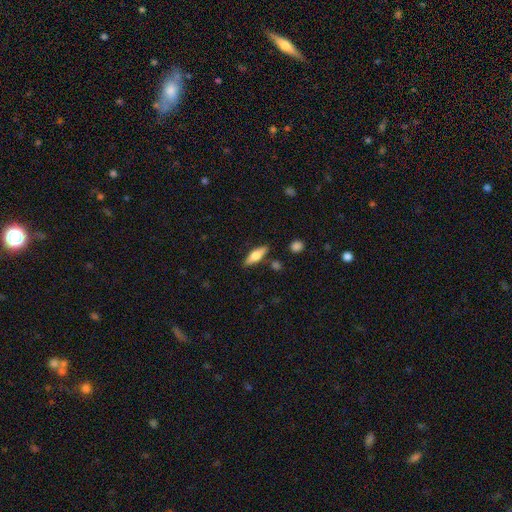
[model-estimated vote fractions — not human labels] This is possibly a smooth galaxy (57%). How rounded: possibly in between (57%). Merging: clearly none (84%).